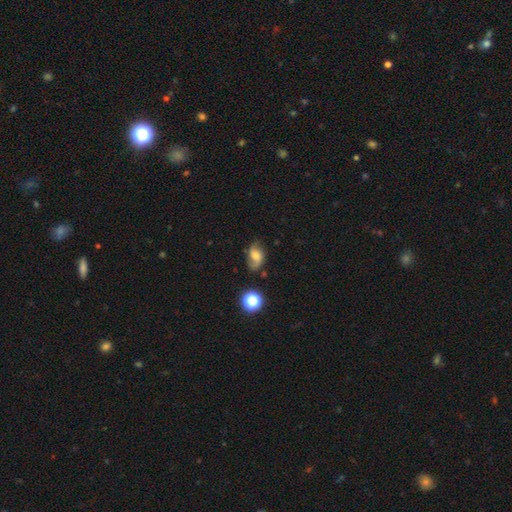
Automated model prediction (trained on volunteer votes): Smooth or featured: featured or disk — 47% (smooth — 40%)
Merging: none — 61% (minor disturbance — 26%)